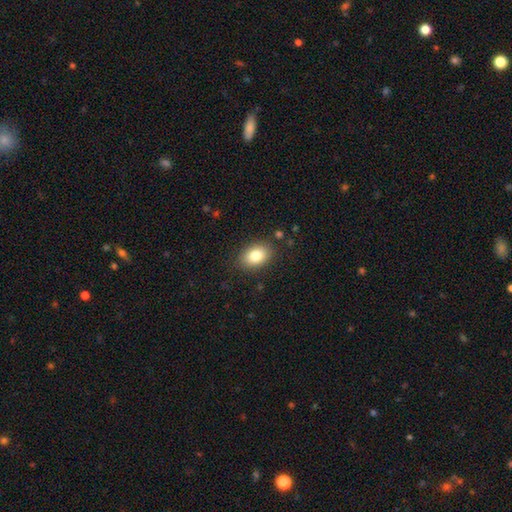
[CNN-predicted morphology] A smooth galaxy with no disk features (83%) that is in between round and cigar-shaped (82%).

Vote fractions:
- Smooth or featured? smooth: 83% / featured or disk: 9% / star or artifact: 8%
- How rounded? in between: 82% / round: 17% / cigar-shaped: 1%
- Merging? none: 84% / minor disturbance: 11% / major disturbance: 3% / merger: 1%